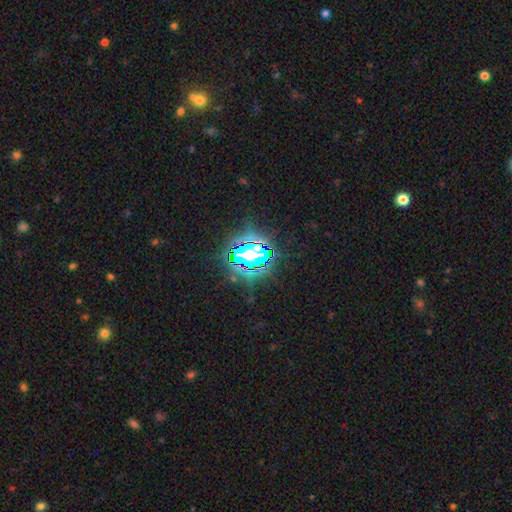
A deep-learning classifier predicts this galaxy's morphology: Smooth or featured? star or artifact (78%)